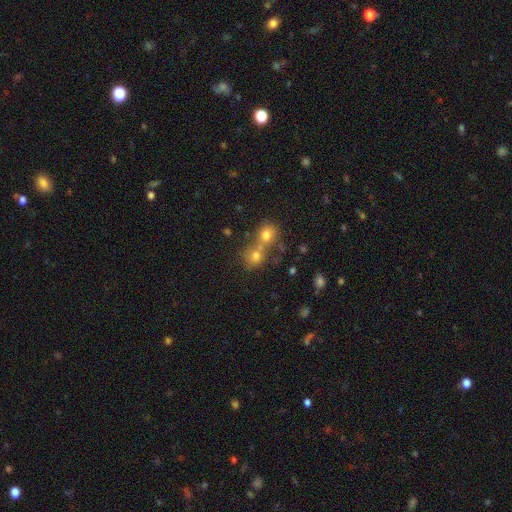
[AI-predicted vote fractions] smooth-or-featured: smooth: 72% | featured or disk: 14% | star or artifact: 14%
  how-rounded: round: 74% | in between: 25% | cigar-shaped: 1%
  merging: merger: 62% | none: 28% | minor disturbance: 6% | major disturbance: 4%